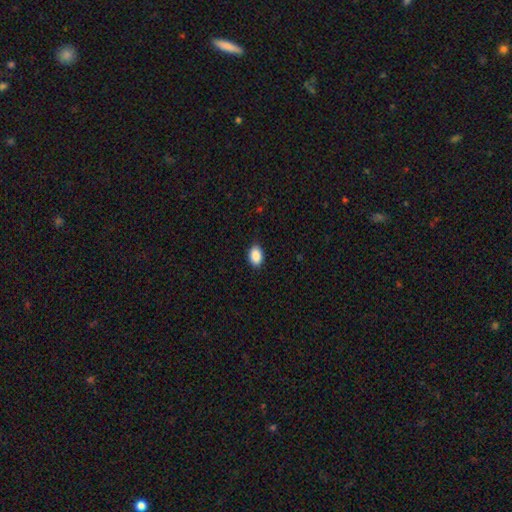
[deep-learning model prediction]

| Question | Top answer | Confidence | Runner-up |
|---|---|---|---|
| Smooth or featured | smooth | 90% | star or artifact (7%) |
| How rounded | in between | 87% | round (12%) |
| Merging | none | 88% | minor disturbance (9%) |